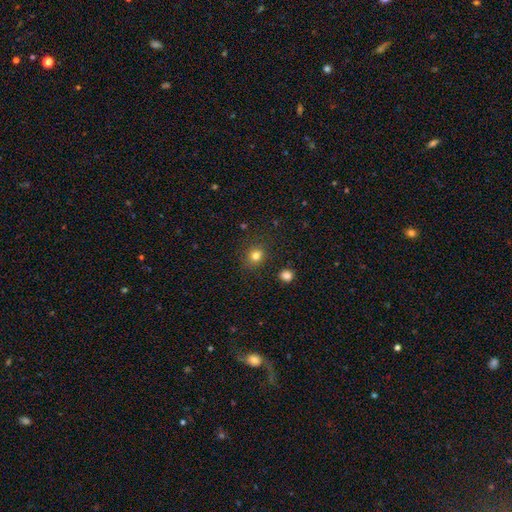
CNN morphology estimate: Q: Smooth or featured?
A: smooth (81%); runner-up: star or artifact (14%)
Q: How rounded?
A: round (78%); runner-up: in between (22%)
Q: Merging?
A: none (85%); runner-up: minor disturbance (9%)